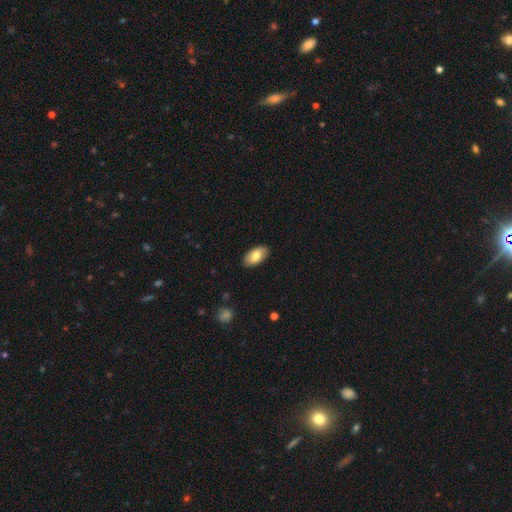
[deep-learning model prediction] Smooth or featured? Predicted: smooth (p=0.78). How rounded? Predicted: in between (p=0.94). Merging? Predicted: none (p=0.88).